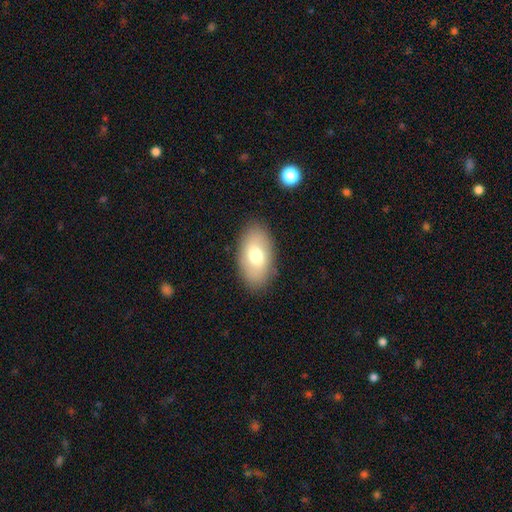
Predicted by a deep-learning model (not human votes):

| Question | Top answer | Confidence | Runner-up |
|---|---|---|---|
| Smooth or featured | smooth | 70% | featured or disk (23%) |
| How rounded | in between | 94% | round (4%) |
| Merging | none | 86% | minor disturbance (10%) |